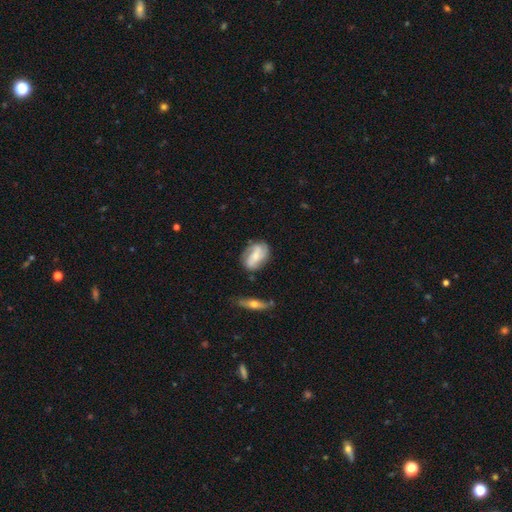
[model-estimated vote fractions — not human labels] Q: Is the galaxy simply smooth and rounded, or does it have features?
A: featured or disk — 62%.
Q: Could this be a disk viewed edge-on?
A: no — 94%.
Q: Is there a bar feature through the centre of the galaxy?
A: no — 43%.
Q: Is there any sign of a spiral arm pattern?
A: yes — 87%.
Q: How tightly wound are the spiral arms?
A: medium — 40%.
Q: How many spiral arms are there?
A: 2 — 47%.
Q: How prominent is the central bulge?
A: small — 55%.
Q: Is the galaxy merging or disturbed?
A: none — 68%.